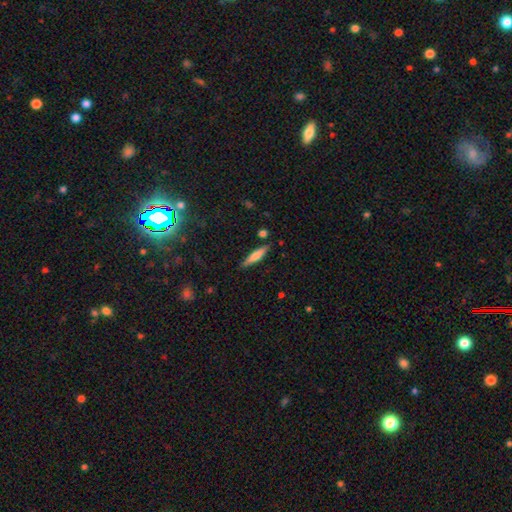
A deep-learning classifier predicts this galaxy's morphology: Q: Smooth or featured?
A: smooth (60%); runner-up: featured or disk (34%)
Q: How rounded?
A: cigar-shaped (84%); runner-up: in between (14%)
Q: Merging?
A: none (85%); runner-up: minor disturbance (10%)